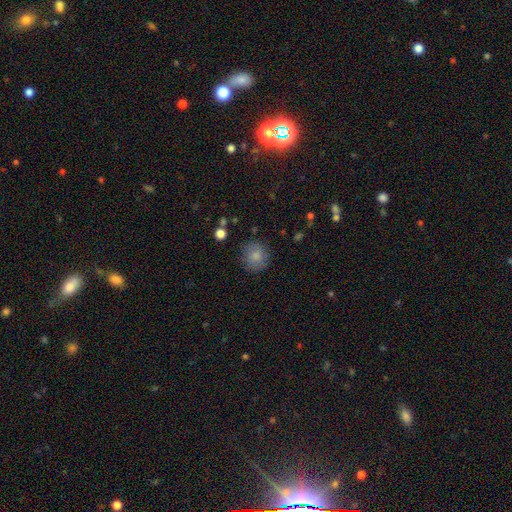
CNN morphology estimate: Smooth or featured? Predicted: smooth (p=0.82). How rounded? Predicted: round (p=0.88). Merging? Predicted: none (p=0.83).